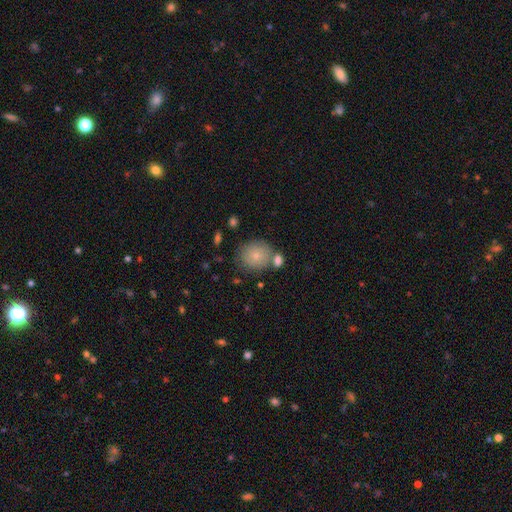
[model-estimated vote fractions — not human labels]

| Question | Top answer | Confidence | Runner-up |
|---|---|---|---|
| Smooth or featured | smooth | 80% | featured or disk (12%) |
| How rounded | round | 81% | in between (18%) |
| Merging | none | 67% | merger (16%) |